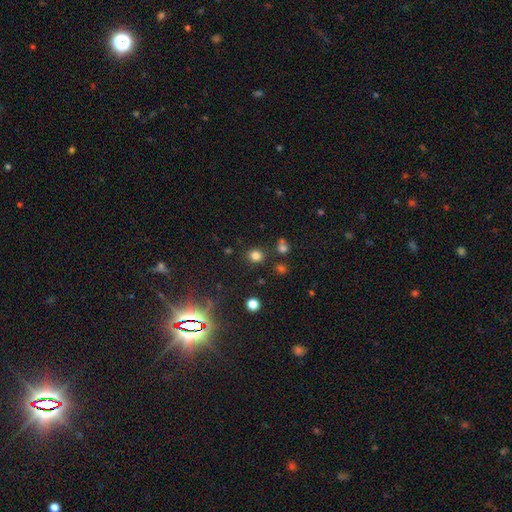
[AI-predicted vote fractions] smooth-or-featured: smooth: 78% | star or artifact: 16% | featured or disk: 5%
  how-rounded: round: 79% | in between: 20% | cigar-shaped: 1%
  merging: none: 83% | minor disturbance: 9% | merger: 5% | major disturbance: 3%